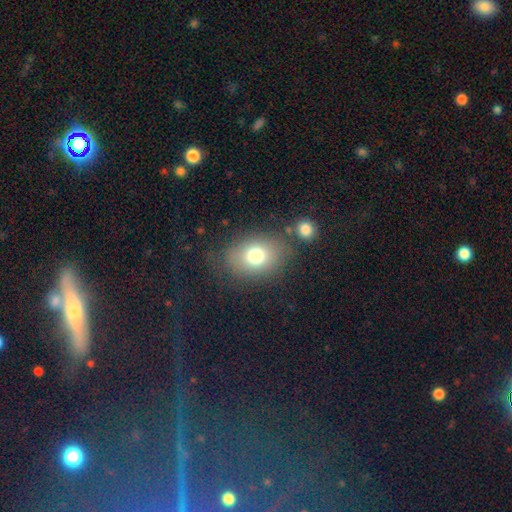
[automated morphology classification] type=smooth (74%); roundness=in between (61%); merging=none (72%).